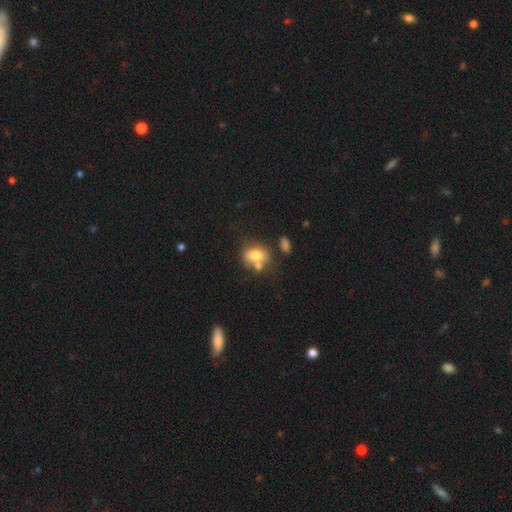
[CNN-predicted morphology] A smooth galaxy with no disk features (72%) that is in between round and cigar-shaped (63%). Merging: none (46%).